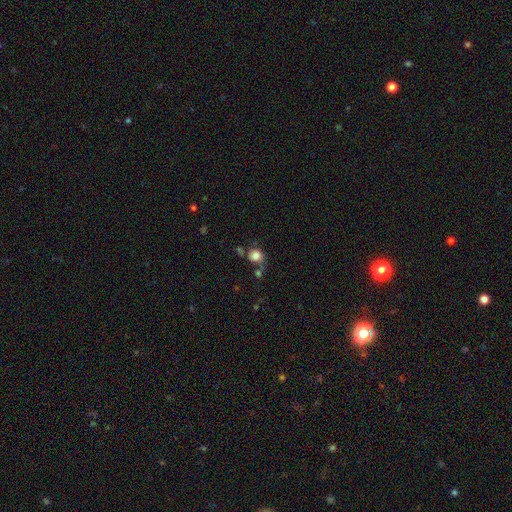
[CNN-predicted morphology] A smooth galaxy with no disk features (80%) that is round (81%). Merging: none (55%).